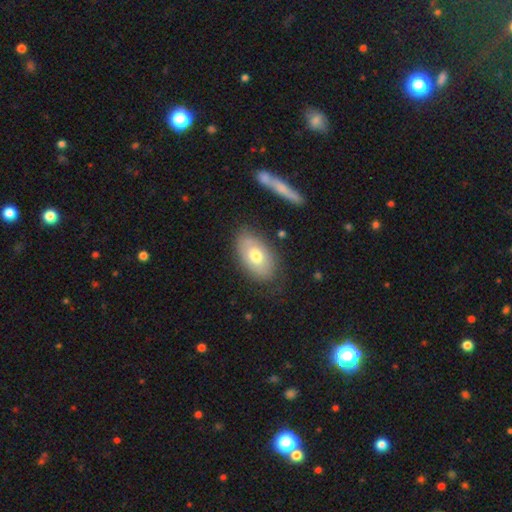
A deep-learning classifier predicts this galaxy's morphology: A smooth galaxy with no disk features (61%) that is in between round and cigar-shaped (91%). Merging: none (76%).